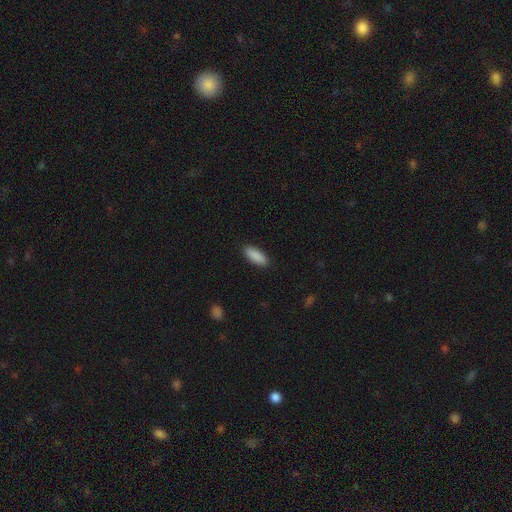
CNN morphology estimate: This appears to be a smooth galaxy with no disk features (90%) that is in between round and cigar-shaped (72%). Merging: none (90%).